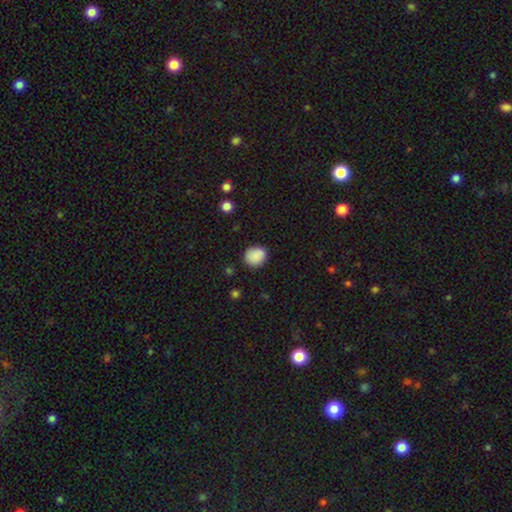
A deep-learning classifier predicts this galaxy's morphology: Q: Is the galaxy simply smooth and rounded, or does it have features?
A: smooth — 88%.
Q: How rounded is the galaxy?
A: round — 72%.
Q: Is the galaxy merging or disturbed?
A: none — 84%.